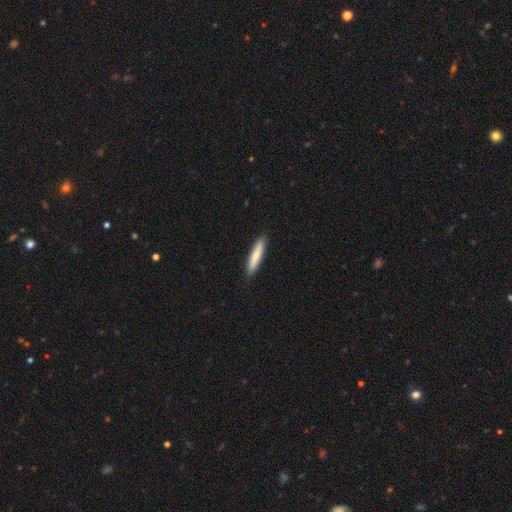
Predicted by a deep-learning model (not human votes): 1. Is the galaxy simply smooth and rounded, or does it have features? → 79% smooth, 15% featured or disk, 5% star or artifact.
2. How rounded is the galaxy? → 88% cigar-shaped, 11% in between, 1% round.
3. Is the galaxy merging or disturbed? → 90% none, 8% minor disturbance, 1% major disturbance, 1% merger.